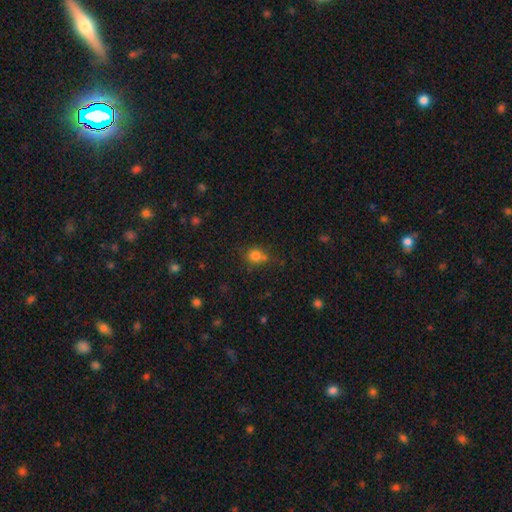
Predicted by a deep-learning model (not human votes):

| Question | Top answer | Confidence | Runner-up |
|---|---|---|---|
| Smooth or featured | smooth | 78% | star or artifact (14%) |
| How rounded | round | 80% | in between (19%) |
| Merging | none | 62% | minor disturbance (16%) |